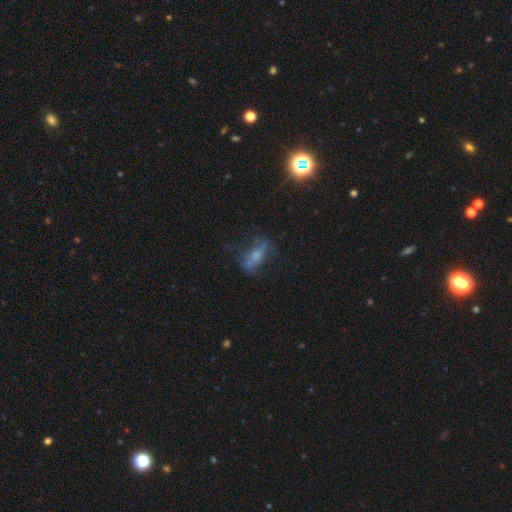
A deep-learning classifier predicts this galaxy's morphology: Smooth or featured? Predicted: featured or disk (p=0.47). Merging? Predicted: none (p=0.54).